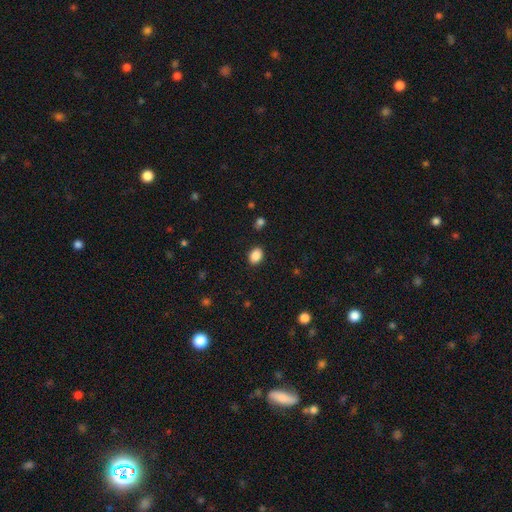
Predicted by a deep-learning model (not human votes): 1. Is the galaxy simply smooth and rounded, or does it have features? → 88% smooth, 9% star or artifact, 3% featured or disk.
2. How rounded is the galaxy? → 69% in between, 30% round, 1% cigar-shaped.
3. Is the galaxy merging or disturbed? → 88% none, 9% minor disturbance, 2% major disturbance, 1% merger.